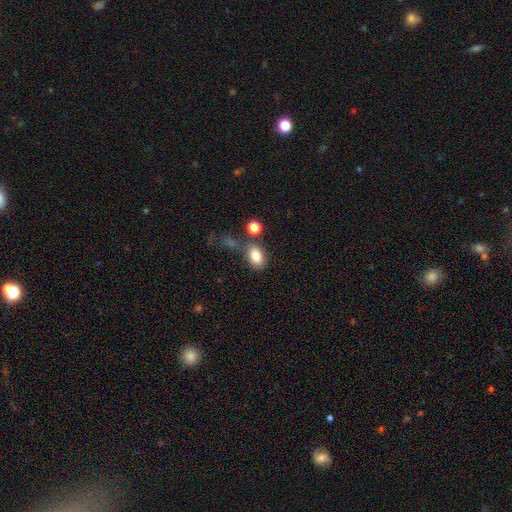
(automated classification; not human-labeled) smooth_or_featured: smooth (p=0.83) [alt: star or artifact p=0.09]
how_rounded: in between (p=0.84) [alt: round p=0.14]
merging: none (p=0.66) [alt: minor disturbance p=0.15]